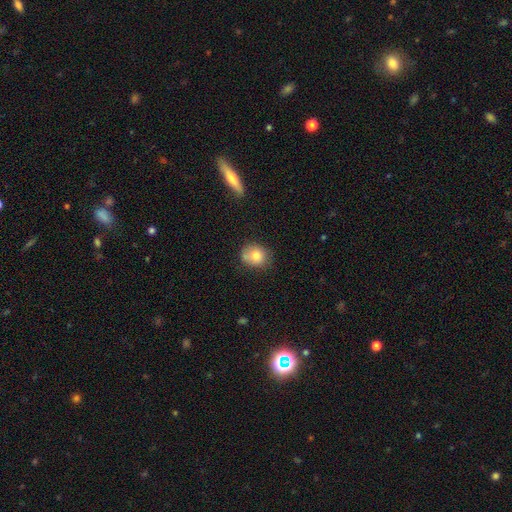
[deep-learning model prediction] smooth-or-featured: smooth: 77% | featured or disk: 13% | star or artifact: 10%
  how-rounded: round: 69% | in between: 30% | cigar-shaped: 1%
  merging: none: 61% | minor disturbance: 21% | merger: 12% | major disturbance: 5%